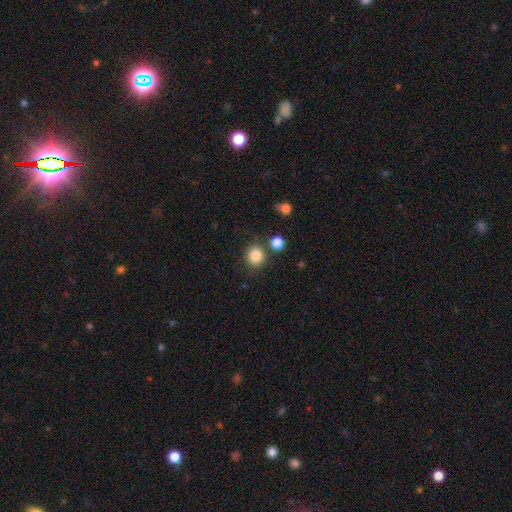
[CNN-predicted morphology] Overall: smooth (86%). How rounded: round (79%). Merging: none (79%).